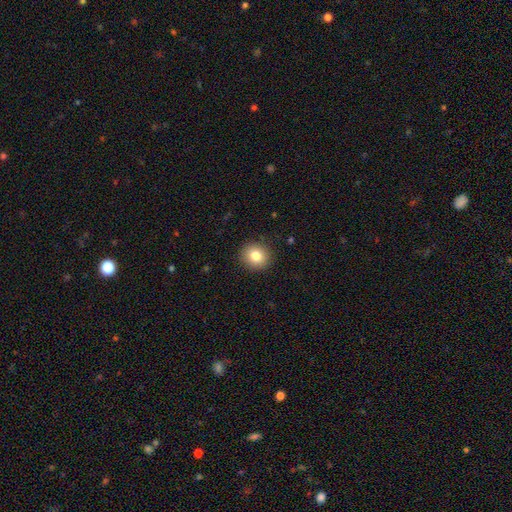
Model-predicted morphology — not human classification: The model was most divided on "how rounded": round: 84%, in between: 15%, cigar-shaped: 1%. More confident: merging — none (91%); smooth or featured — smooth (82%).